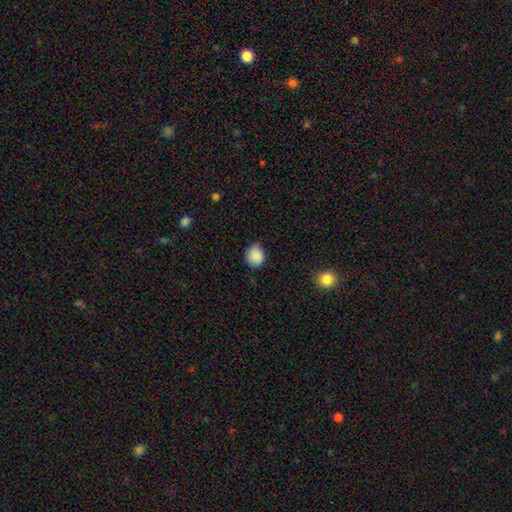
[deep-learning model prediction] Smooth or featured? smooth (88%)
How rounded? round (73%)
Merging? none (66%)